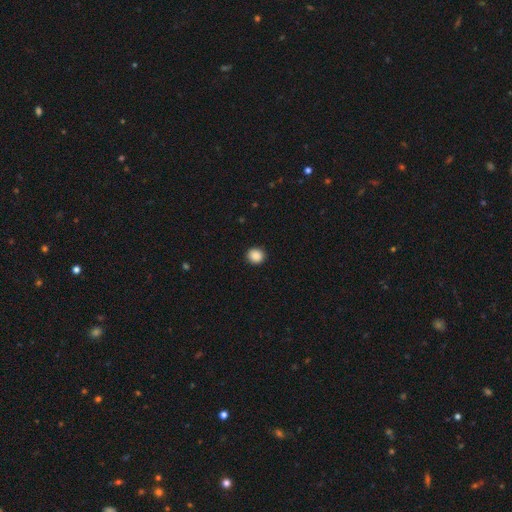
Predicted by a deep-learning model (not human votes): Q: Smooth or featured?
A: smooth (88%); runner-up: star or artifact (9%)
Q: How rounded?
A: round (89%); runner-up: in between (10%)
Q: Merging?
A: none (92%); runner-up: minor disturbance (5%)